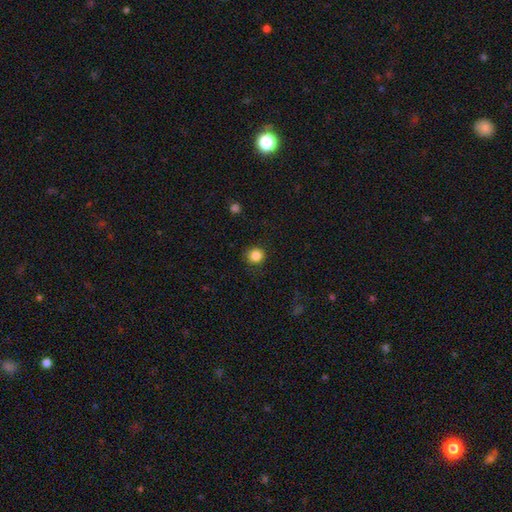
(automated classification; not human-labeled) Overall: smooth (85%). How rounded: round (91%). Merging: none (87%).